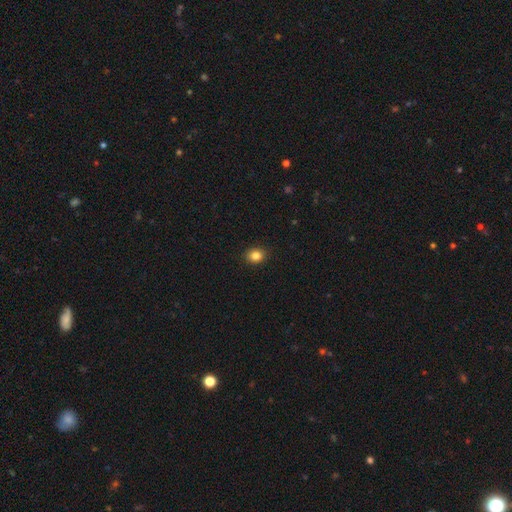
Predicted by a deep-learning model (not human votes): The model was most divided on "how rounded": round: 61%, in between: 38%, cigar-shaped: 1%. More confident: merging — none (91%); smooth or featured — smooth (84%).